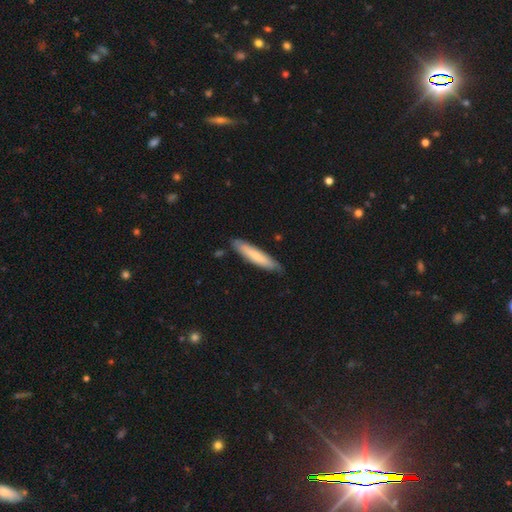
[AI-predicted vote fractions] This is likely a smooth galaxy (72%). How rounded: clearly cigar-shaped (88%). Merging: likely none (79%).